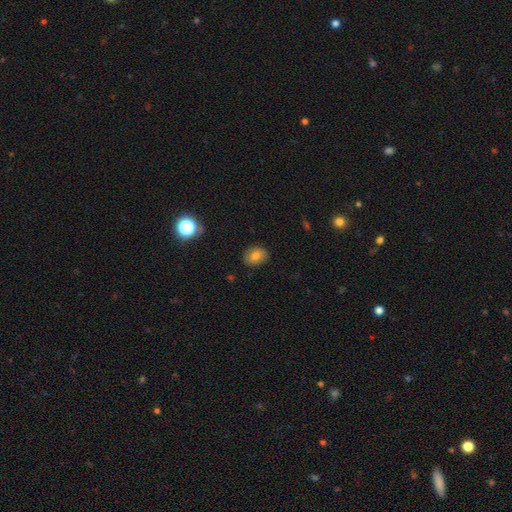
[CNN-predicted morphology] smooth_or_featured: smooth (p=0.75) [alt: featured or disk p=0.13]
how_rounded: round (p=0.55) [alt: in between p=0.44]
merging: none (p=0.86) [alt: minor disturbance p=0.10]